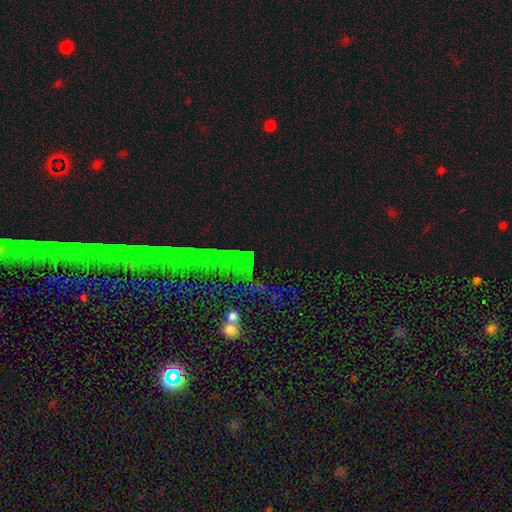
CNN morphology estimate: This appears to be a star or artifact, not a galaxy (65%).